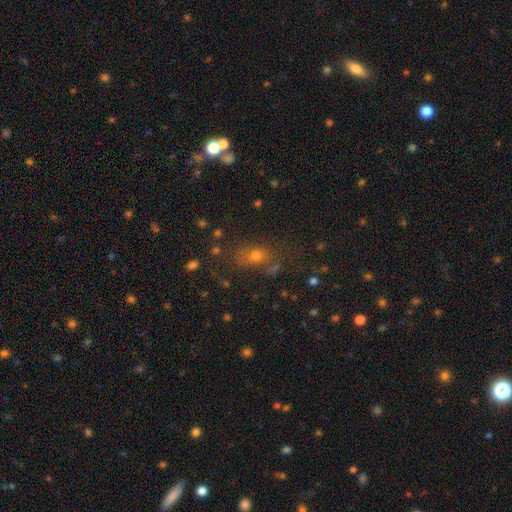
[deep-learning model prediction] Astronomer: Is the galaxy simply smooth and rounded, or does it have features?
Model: smooth — 63%.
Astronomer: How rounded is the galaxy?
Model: in between — 55% (runner-up: round, 41%).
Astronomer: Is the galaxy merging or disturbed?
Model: none — 65%.